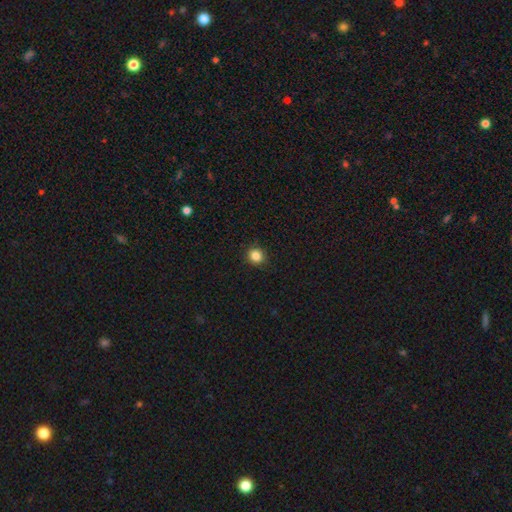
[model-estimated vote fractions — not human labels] Overall: smooth (86%). How rounded: round (86%). Merging: none (90%).